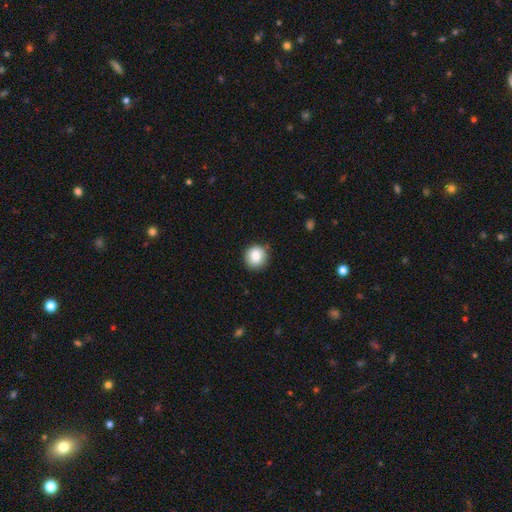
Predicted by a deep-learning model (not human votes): smooth-or-featured: smooth: 84% | star or artifact: 8% | featured or disk: 8%
  how-rounded: round: 92% | in between: 7% | cigar-shaped: 1%
  merging: none: 85% | minor disturbance: 12% | major disturbance: 2% | merger: 1%